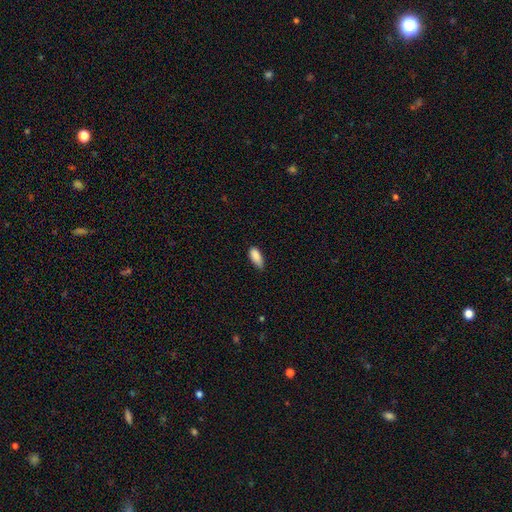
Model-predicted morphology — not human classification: Smooth or featured? Predicted: smooth (p=0.88). How rounded? Predicted: in between (p=0.85). Merging? Predicted: none (p=0.59).